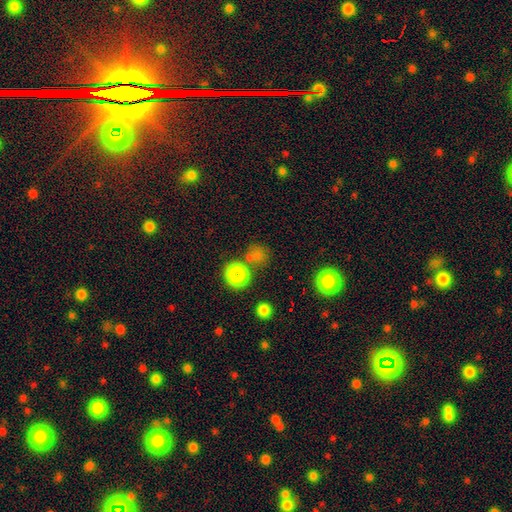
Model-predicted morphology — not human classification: smooth_or_featured: smooth (p=0.63) [alt: star or artifact p=0.31]
how_rounded: round (p=0.85) [alt: in between p=0.14]
merging: none (p=0.71) [alt: merger p=0.12]